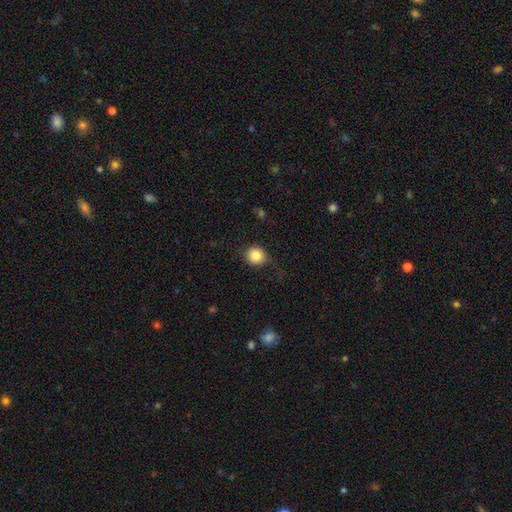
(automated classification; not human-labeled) Smooth or featured?
  - smooth: 84% *
  - star or artifact: 10%
  - featured or disk: 7%
How rounded?
  - round: 87% *
  - in between: 13%
  - cigar-shaped: 1%
Merging?
  - none: 78% *
  - minor disturbance: 15%
  - major disturbance: 6%
  - merger: 1%